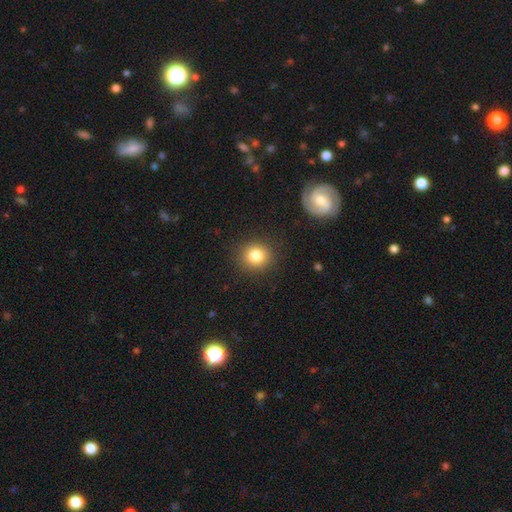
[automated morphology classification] Smooth or featured: smooth — 82% (star or artifact — 11%)
How rounded: round — 87% (in between — 12%)
Merging: none — 89% (minor disturbance — 7%)